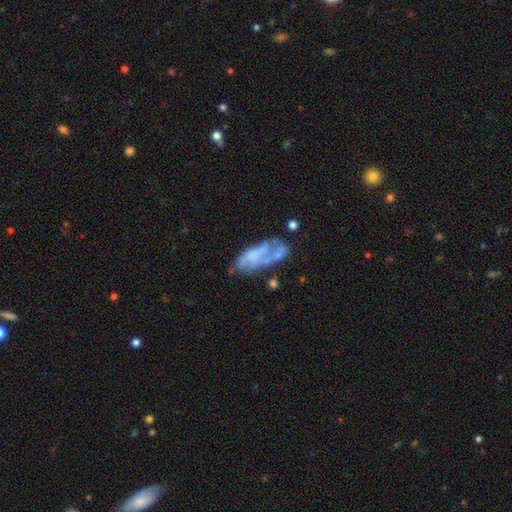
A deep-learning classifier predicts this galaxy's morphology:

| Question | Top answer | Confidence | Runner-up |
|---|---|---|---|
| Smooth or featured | featured or disk | 54% | smooth (37%) |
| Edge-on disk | no | 92% | yes (8%) |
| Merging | none | 35% | major disturbance (25%) |